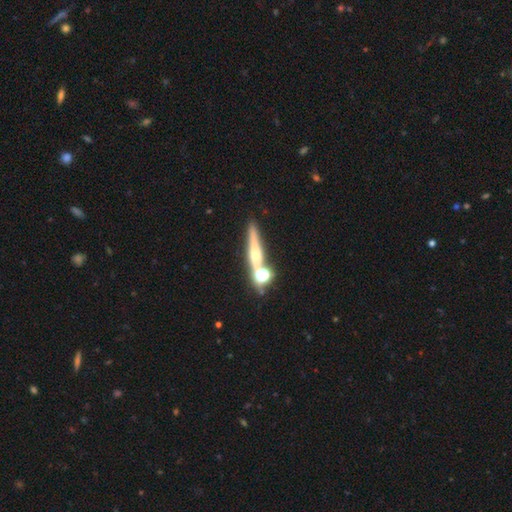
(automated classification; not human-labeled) featured or disk 48%, smooth 34%, star or artifact 18%. Down the decision tree: merging — none (65%).